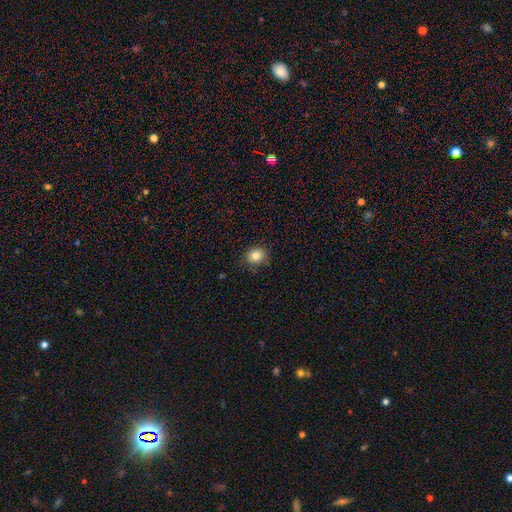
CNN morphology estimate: Smooth or featured? Predicted: smooth (p=0.83). How rounded? Predicted: round (p=0.69). Merging? Predicted: none (p=0.85).